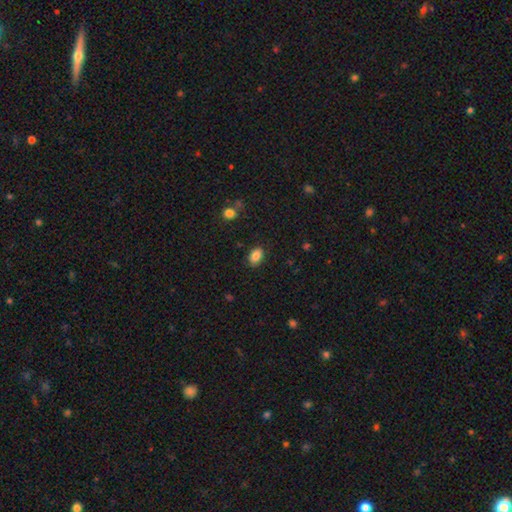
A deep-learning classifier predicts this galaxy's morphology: type=smooth (86%); roundness=in between (85%); merging=none (84%).